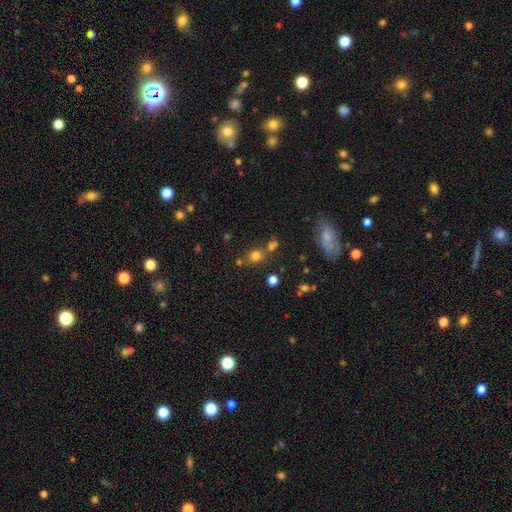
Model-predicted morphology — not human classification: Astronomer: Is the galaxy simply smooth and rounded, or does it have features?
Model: smooth — 74%.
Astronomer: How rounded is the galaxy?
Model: round — 75%.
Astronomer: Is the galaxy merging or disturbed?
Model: none — 66%.